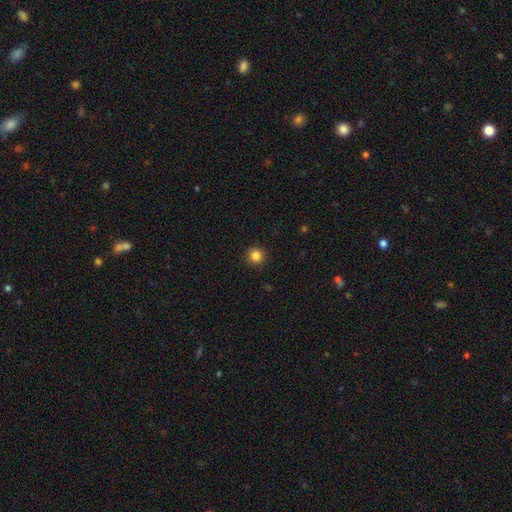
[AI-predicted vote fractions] smooth-or-featured: smooth: 85% | star or artifact: 11% | featured or disk: 4%
  how-rounded: round: 95% | in between: 4% | cigar-shaped: 1%
  merging: none: 92% | minor disturbance: 5% | major disturbance: 2% | merger: 1%